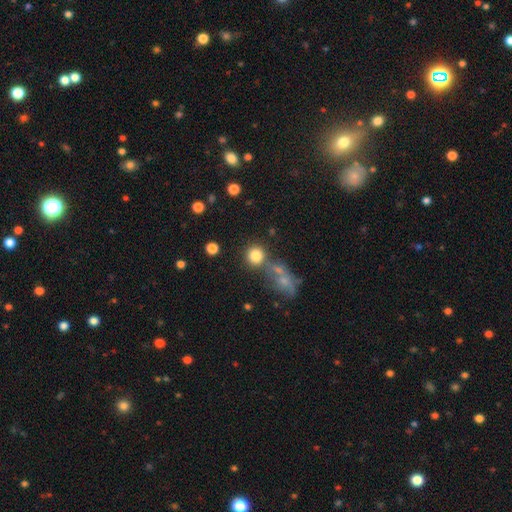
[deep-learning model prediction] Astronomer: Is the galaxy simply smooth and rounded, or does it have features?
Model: smooth — 81%.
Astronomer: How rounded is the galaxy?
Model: round — 88%.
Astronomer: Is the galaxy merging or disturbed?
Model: none — 67%.